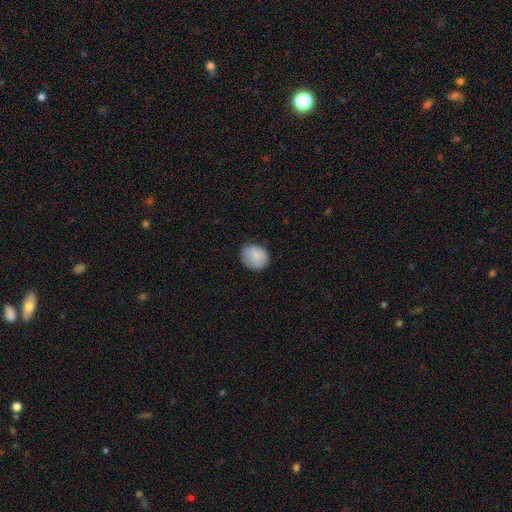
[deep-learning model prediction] Morphology: type=smooth (85%); roundness=round (73%); merging=none (78%).